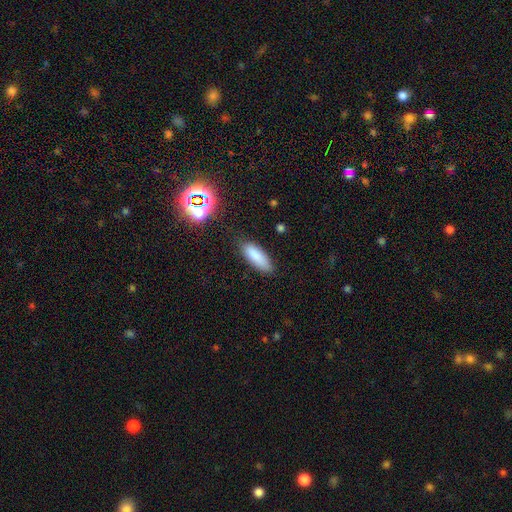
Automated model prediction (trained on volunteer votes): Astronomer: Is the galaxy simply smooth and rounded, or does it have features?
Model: smooth — 85%.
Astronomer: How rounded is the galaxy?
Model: in between — 61% (runner-up: cigar-shaped, 37%).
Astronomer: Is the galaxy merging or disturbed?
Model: none — 81%.